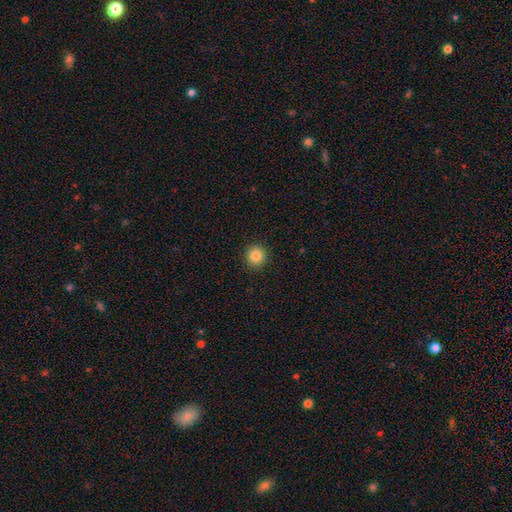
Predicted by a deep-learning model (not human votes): Q: Smooth or featured?
A: smooth (85%); runner-up: star or artifact (11%)
Q: How rounded?
A: round (94%); runner-up: in between (5%)
Q: Merging?
A: none (92%); runner-up: minor disturbance (5%)